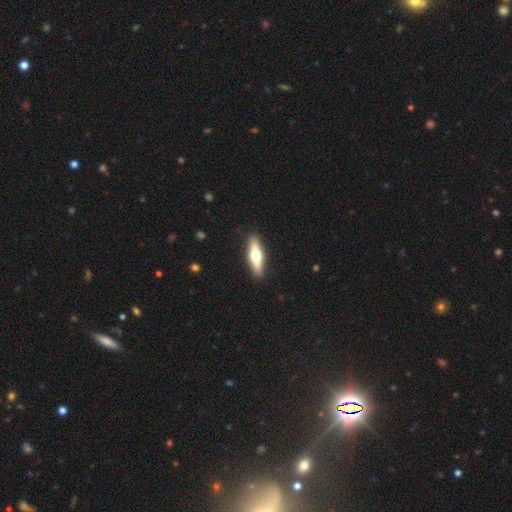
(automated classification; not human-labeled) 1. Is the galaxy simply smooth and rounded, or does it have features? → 51% featured or disk, 44% smooth, 5% star or artifact.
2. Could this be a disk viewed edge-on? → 92% yes, 8% no.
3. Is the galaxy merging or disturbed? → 91% none, 7% minor disturbance, 2% major disturbance, 1% merger.